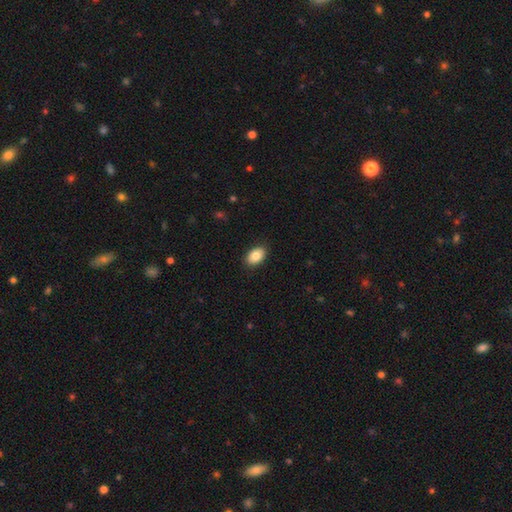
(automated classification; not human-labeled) Smooth or featured? Predicted: smooth (p=0.86). How rounded? Predicted: in between (p=0.89). Merging? Predicted: none (p=0.88).